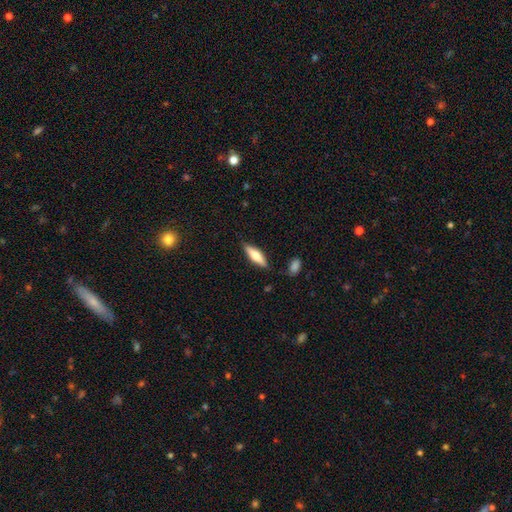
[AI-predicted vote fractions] smooth-or-featured: smooth: 60% | featured or disk: 34% | star or artifact: 6%
  how-rounded: cigar-shaped: 54% | in between: 44% | round: 2%
  merging: none: 81% | minor disturbance: 13% | major disturbance: 3% | merger: 3%